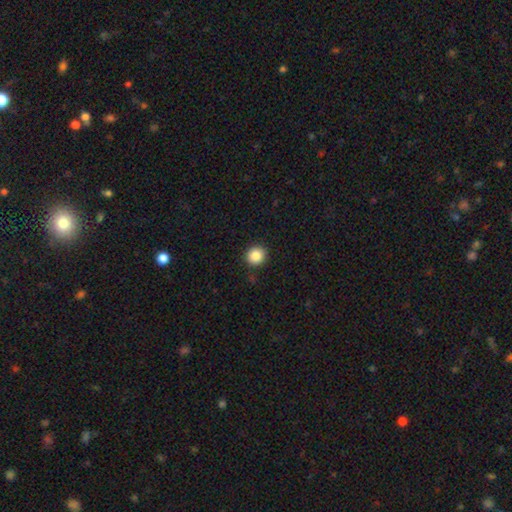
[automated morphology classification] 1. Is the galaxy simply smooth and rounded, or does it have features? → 86% smooth, 10% star or artifact, 4% featured or disk.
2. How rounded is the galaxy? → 89% round, 10% in between, 1% cigar-shaped.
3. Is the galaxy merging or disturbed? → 90% none, 7% minor disturbance, 2% major disturbance, 1% merger.